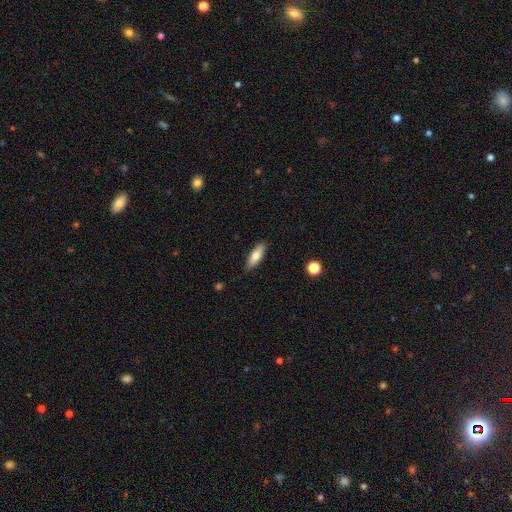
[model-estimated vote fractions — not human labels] Morphology: type=smooth (72%); roundness=cigar-shaped (52%); merging=none (86%).